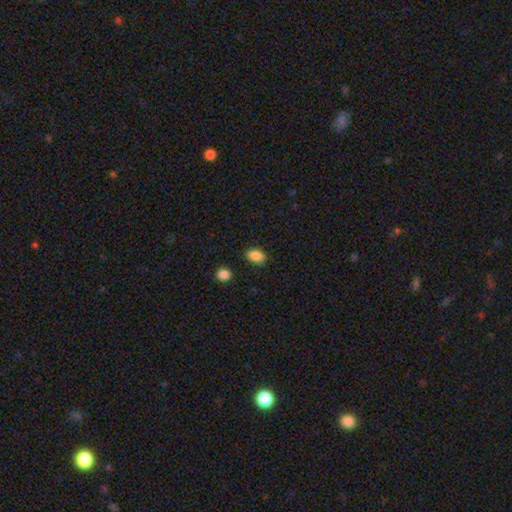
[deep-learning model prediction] A smooth galaxy with no disk features (87%) that is in between round and cigar-shaped (85%).

Vote fractions:
- Smooth or featured? smooth: 87% / star or artifact: 9% / featured or disk: 4%
- How rounded? in between: 85% / round: 13% / cigar-shaped: 2%
- Merging? none: 85% / minor disturbance: 10% / major disturbance: 2% / merger: 2%